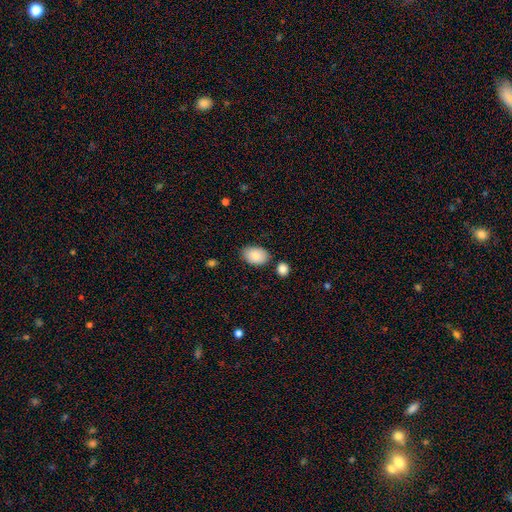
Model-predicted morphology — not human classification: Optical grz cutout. It shows a smooth galaxy with no disk features (85%) that is in between round and cigar-shaped (88%). Merging: none (77%).